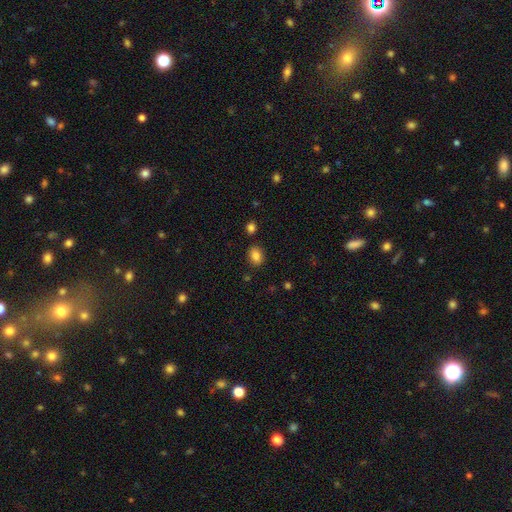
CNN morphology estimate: Smooth or featured?
  - smooth: 85% *
  - star or artifact: 10%
  - featured or disk: 5%
How rounded?
  - in between: 67% *
  - round: 32%
  - cigar-shaped: 1%
Merging?
  - none: 84% *
  - minor disturbance: 10%
  - merger: 3%
  - major disturbance: 3%